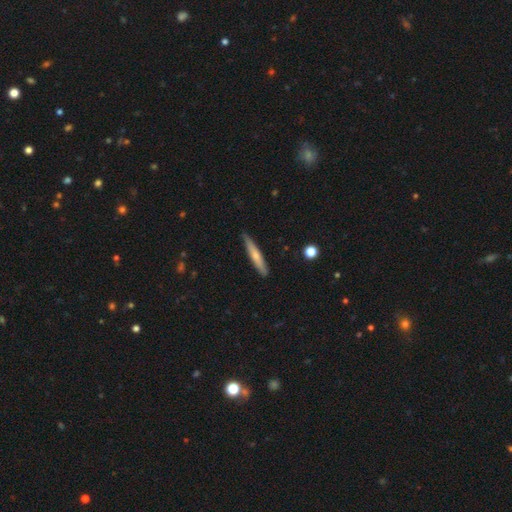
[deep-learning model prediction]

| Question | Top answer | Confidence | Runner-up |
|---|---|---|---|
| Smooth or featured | smooth | 60% | featured or disk (35%) |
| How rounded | cigar-shaped | 93% | in between (6%) |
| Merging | none | 85% | minor disturbance (12%) |